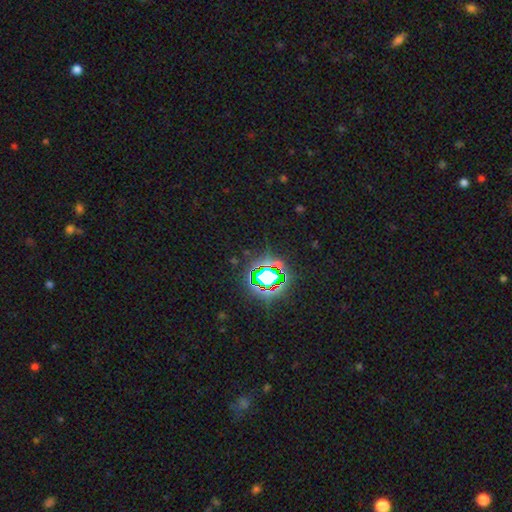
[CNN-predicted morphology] smooth_or_featured: star or artifact (p=0.79) [alt: smooth p=0.13]